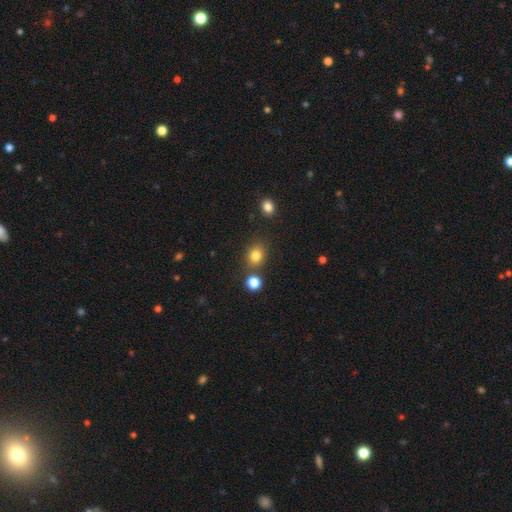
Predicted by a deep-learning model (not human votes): Smooth or featured? Predicted: smooth (p=0.82). How rounded? Predicted: round (p=0.61). Merging? Predicted: none (p=0.77).